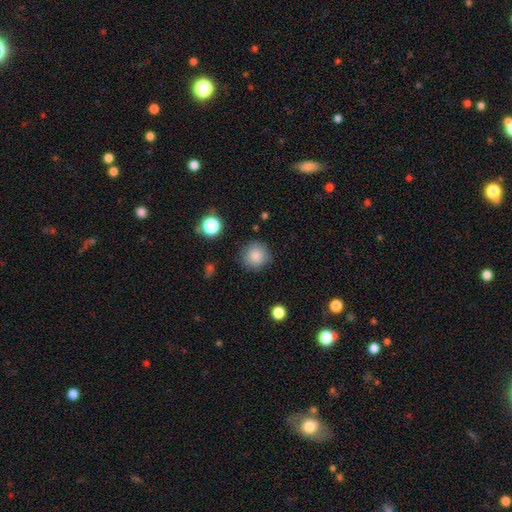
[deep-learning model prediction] Smooth or featured? Predicted: smooth (p=0.85). How rounded? Predicted: round (p=0.93). Merging? Predicted: none (p=0.85).